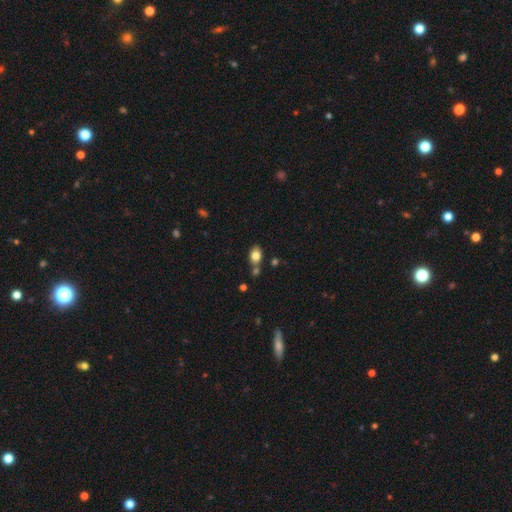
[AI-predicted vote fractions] Smooth or featured?
  - smooth: 80% *
  - featured or disk: 10%
  - star or artifact: 10%
How rounded?
  - in between: 73% *
  - round: 25%
  - cigar-shaped: 2%
Merging?
  - none: 65% *
  - merger: 17%
  - minor disturbance: 14%
  - major disturbance: 4%